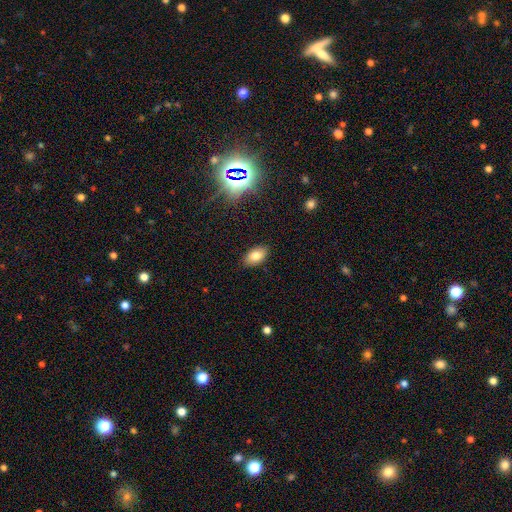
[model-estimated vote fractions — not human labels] Smooth or featured: smooth — 80% (star or artifact — 10%)
How rounded: in between — 91% (round — 7%)
Merging: none — 86% (minor disturbance — 10%)